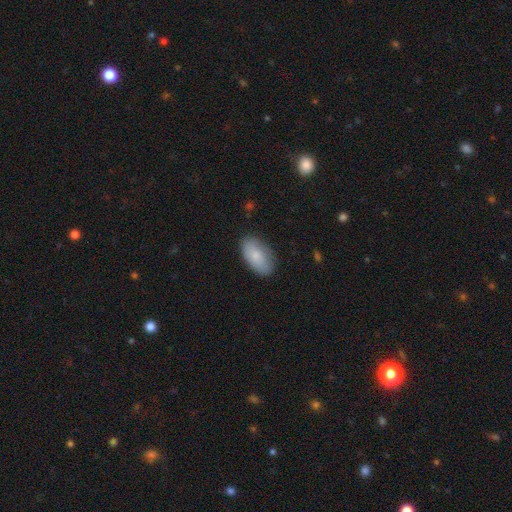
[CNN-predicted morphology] Smooth or featured? smooth (80%)
How rounded? in between (95%)
Merging? none (81%)